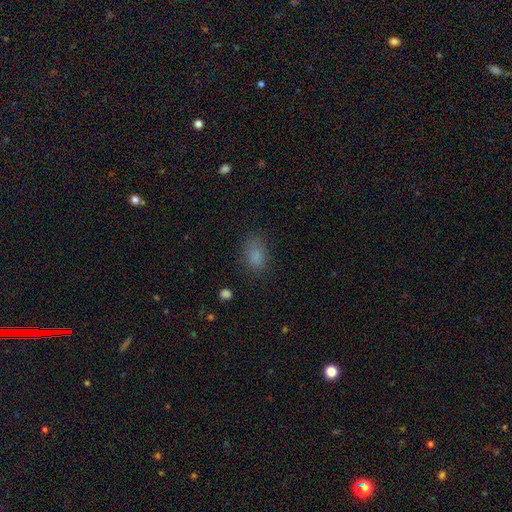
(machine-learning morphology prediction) Overall: smooth (81%). How rounded: in between (81%). Merging: none (74%).